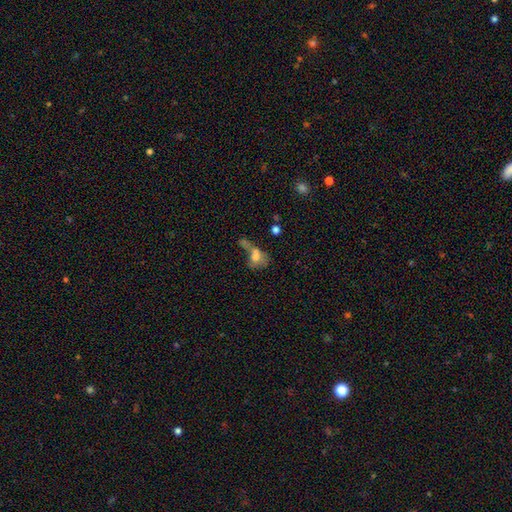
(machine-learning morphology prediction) type=smooth (62%); roundness=in between (68%); merging=merger (52%).